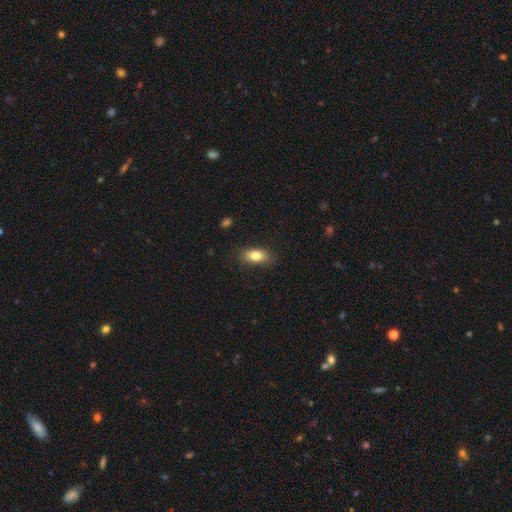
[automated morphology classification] Smooth or featured?
  - smooth: 82% *
  - featured or disk: 10%
  - star or artifact: 7%
How rounded?
  - in between: 85% *
  - cigar-shaped: 11%
  - round: 5%
Merging?
  - none: 84% *
  - minor disturbance: 12%
  - major disturbance: 3%
  - merger: 1%